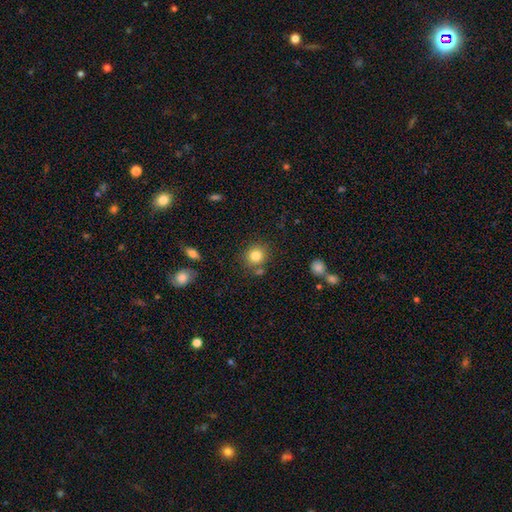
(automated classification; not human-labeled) This appears to be a smooth galaxy with no disk features (82%) that is round (83%). Merging: none (78%).